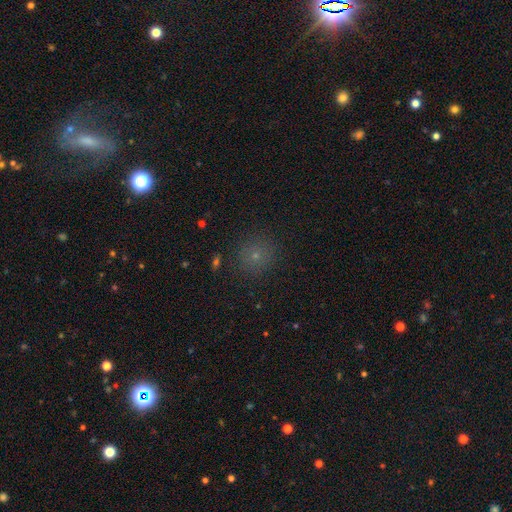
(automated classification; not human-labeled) Smooth or featured? Predicted: smooth (p=0.67). How rounded? Predicted: round (p=0.92). Merging? Predicted: none (p=0.87).